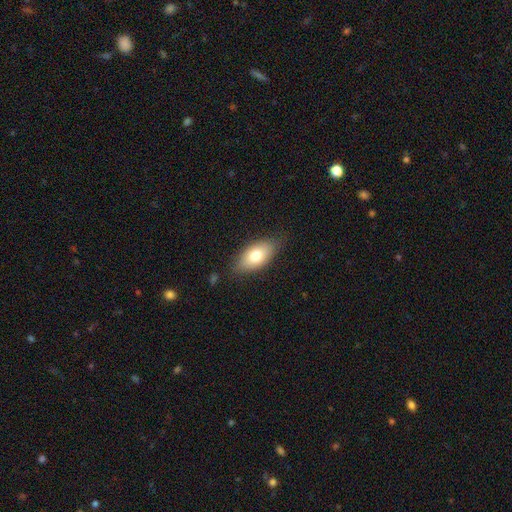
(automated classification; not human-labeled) smooth-or-featured: smooth: 75% | featured or disk: 18% | star or artifact: 7%
  how-rounded: in between: 89% | cigar-shaped: 6% | round: 5%
  merging: none: 80% | minor disturbance: 15% | major disturbance: 3% | merger: 1%